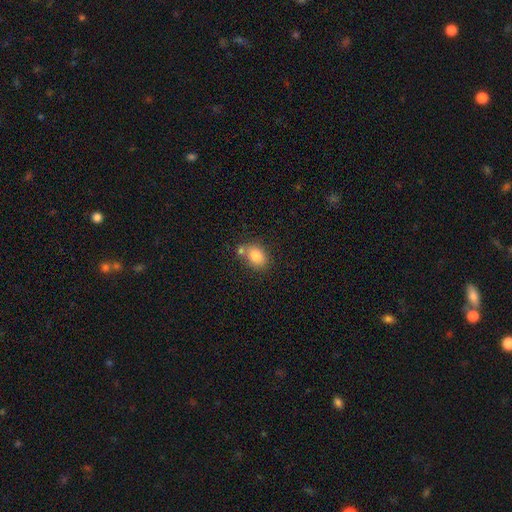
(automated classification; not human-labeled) This is clearly a smooth galaxy (83%). How rounded: likely in between (63%). Merging: possibly none (56%).